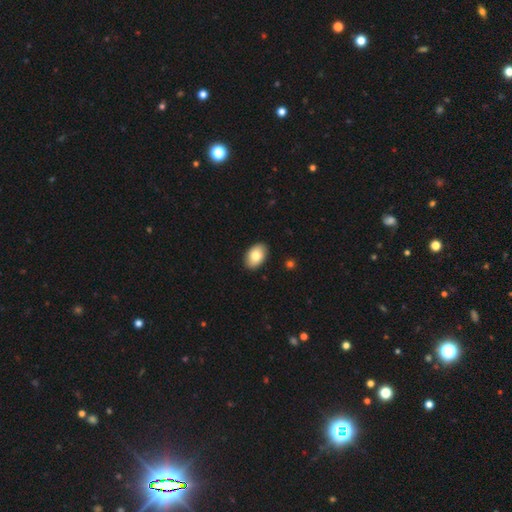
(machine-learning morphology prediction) A smooth galaxy with no disk features (81%) that is in between round and cigar-shaped (91%). Merging: none (90%).